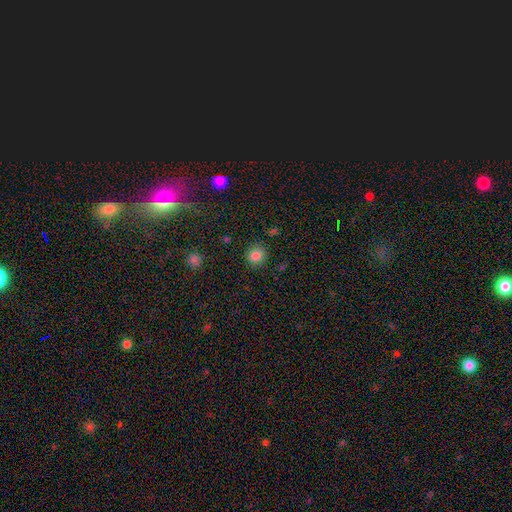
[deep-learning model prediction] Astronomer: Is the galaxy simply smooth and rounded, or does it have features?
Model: smooth — 84%.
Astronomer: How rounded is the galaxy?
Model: round — 86%.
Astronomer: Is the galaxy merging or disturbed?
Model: none — 87%.